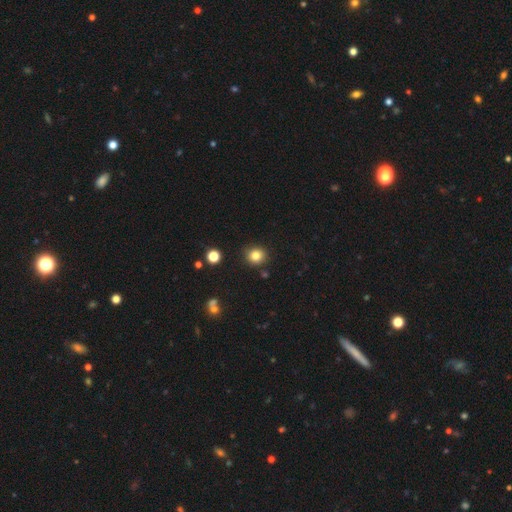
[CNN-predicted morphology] This appears to be a smooth galaxy with no disk features (83%) that is round (88%). Merging: none (88%).